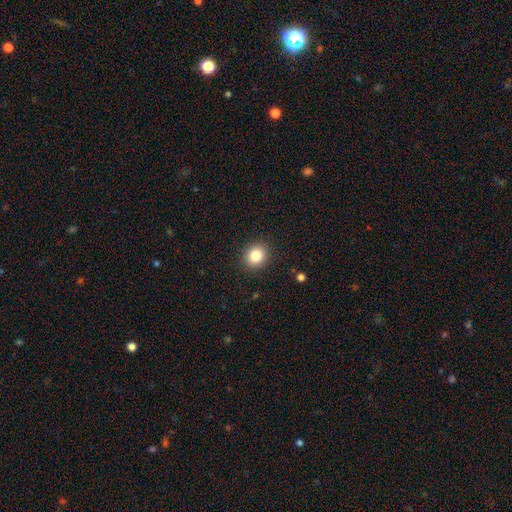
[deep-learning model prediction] Smooth or featured?
  - smooth: 83% *
  - star or artifact: 10%
  - featured or disk: 6%
How rounded?
  - round: 77% *
  - in between: 22%
  - cigar-shaped: 1%
Merging?
  - none: 90% *
  - minor disturbance: 7%
  - major disturbance: 2%
  - merger: 1%